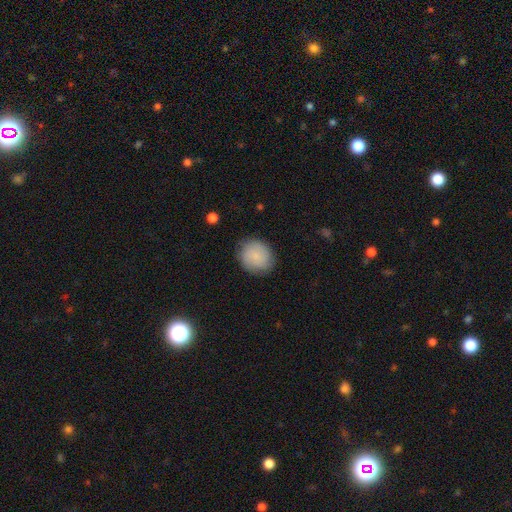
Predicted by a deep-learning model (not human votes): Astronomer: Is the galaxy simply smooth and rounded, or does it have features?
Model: smooth — 79%.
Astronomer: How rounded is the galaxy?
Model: round — 77%.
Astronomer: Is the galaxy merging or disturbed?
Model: none — 82%.